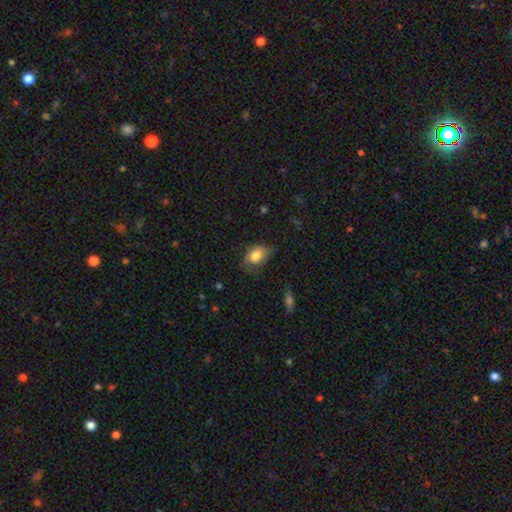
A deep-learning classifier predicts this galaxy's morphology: Q: Smooth or featured?
A: smooth (80%); runner-up: featured or disk (13%)
Q: How rounded?
A: in between (81%); runner-up: round (17%)
Q: Merging?
A: none (57%); runner-up: minor disturbance (31%)